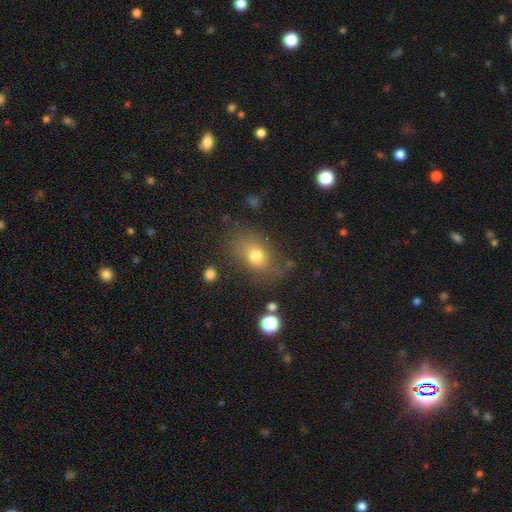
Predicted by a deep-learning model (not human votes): smooth_or_featured: smooth (p=0.72) [alt: featured or disk p=0.14]
how_rounded: in between (p=0.73) [alt: round p=0.25]
merging: none (p=0.71) [alt: minor disturbance p=0.18]